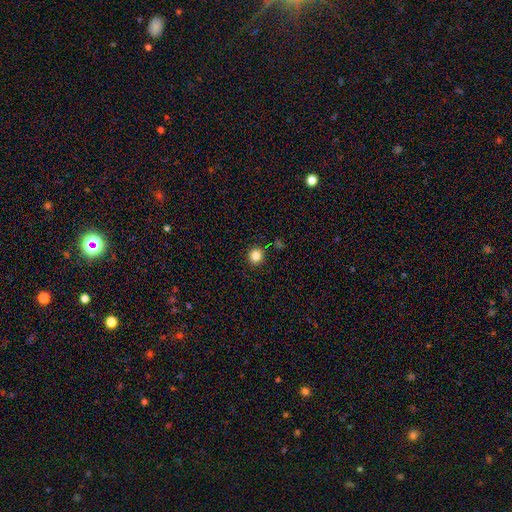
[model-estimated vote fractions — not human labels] Smooth or featured? Predicted: smooth (p=0.84). How rounded? Predicted: round (p=0.93). Merging? Predicted: none (p=0.90).